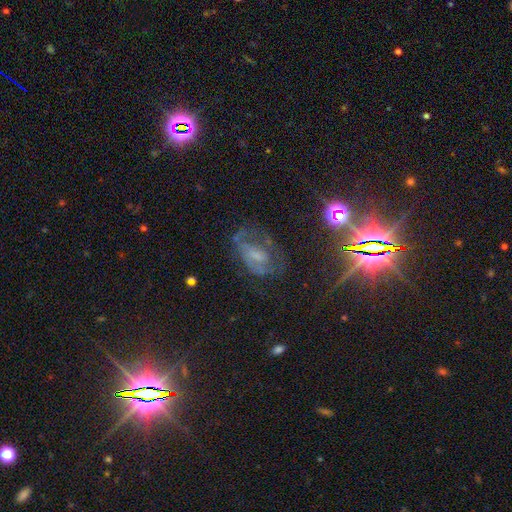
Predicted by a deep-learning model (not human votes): A featured or disk galaxy (56%) with no bar (53%), spiral arms (64%) and a small central bulge (38%).

Vote fractions:
- Smooth or featured? featured or disk: 56% / star or artifact: 23% / smooth: 21%
- Edge-on disk? no: 94% / yes: 6%
- Bar? no: 53% / weak: 34% / strong: 13%
- Spiral arms? yes: 64% / no: 36%
- Bulge size? small: 38% / none: 30% / moderate: 27% / large: 5% / dominant: 2%
- Merging? none: 48% / major disturbance: 26% / minor disturbance: 23% / merger: 3%